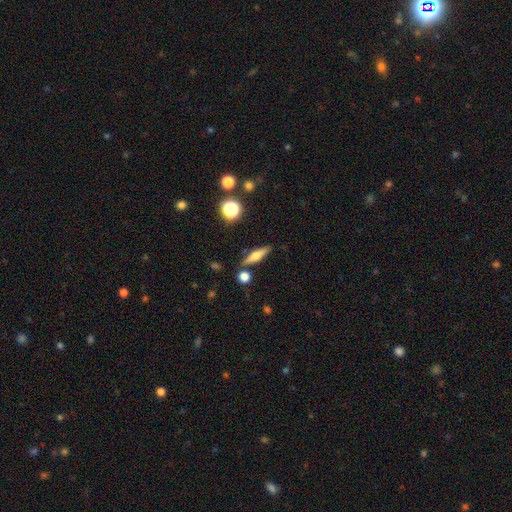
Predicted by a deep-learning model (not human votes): Smooth or featured? Predicted: featured or disk (p=0.50). Edge-on disk? Predicted: yes (p=0.94). Merging? Predicted: none (p=0.84).